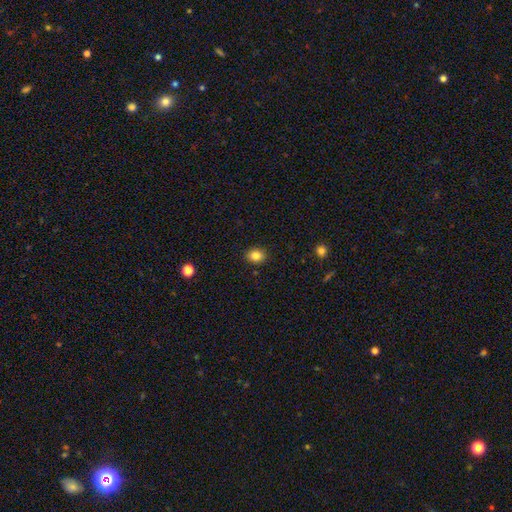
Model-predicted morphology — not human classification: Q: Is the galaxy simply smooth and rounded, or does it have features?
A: smooth — 84%.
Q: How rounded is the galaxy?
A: round — 51%.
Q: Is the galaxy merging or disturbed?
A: none — 88%.